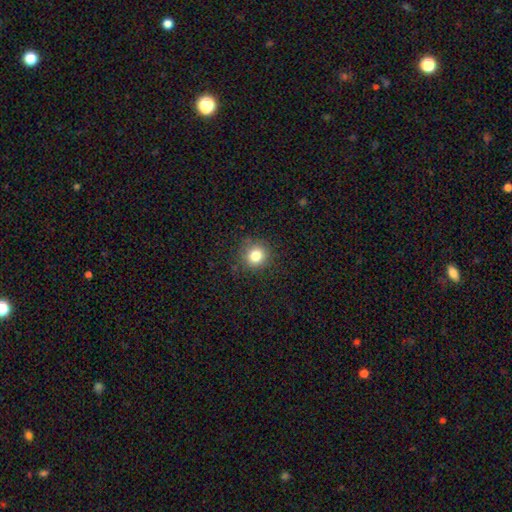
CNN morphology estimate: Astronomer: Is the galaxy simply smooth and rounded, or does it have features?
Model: smooth — 82%.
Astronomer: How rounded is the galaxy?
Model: round — 88%.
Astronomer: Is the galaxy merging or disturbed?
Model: none — 87%.